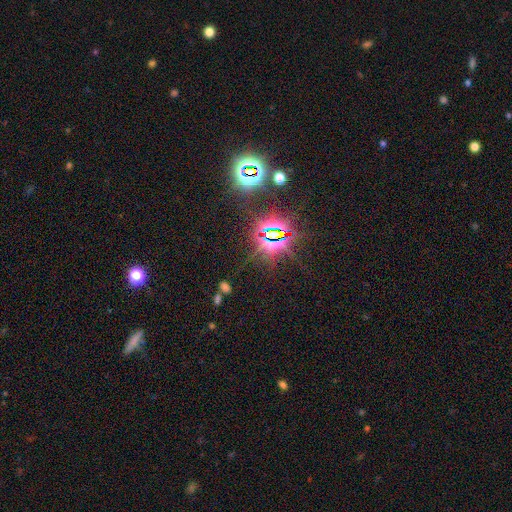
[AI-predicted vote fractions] The model was most divided on "smooth or featured": star or artifact: 82%, smooth: 11%, featured or disk: 7%.